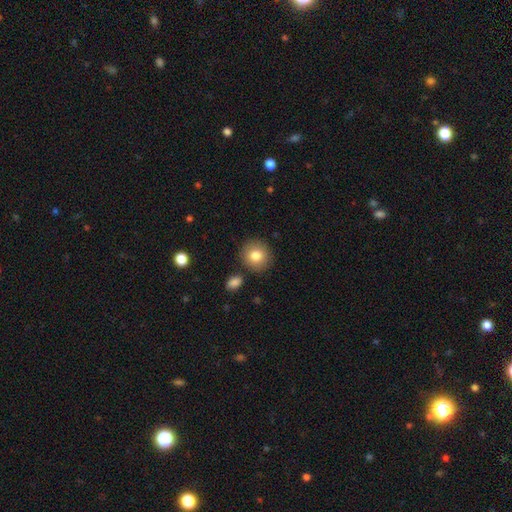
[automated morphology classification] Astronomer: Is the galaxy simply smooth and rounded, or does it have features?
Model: smooth — 81%.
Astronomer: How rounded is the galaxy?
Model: round — 89%.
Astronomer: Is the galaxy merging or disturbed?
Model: none — 87%.